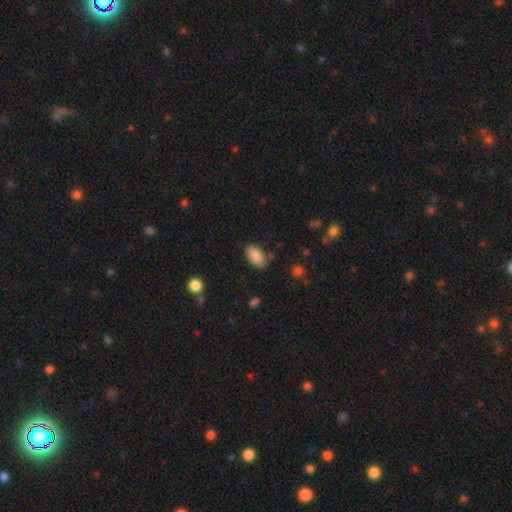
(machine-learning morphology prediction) type=smooth (88%); roundness=in between (94%); merging=none (80%).